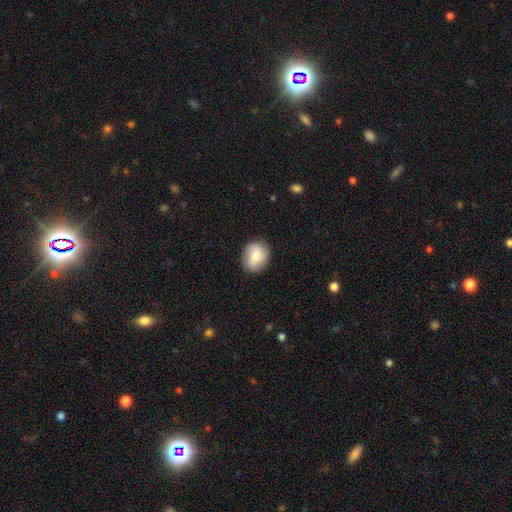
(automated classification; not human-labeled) Overall: smooth (72%). How rounded: round (61%; in between 38%). Merging: none (83%).